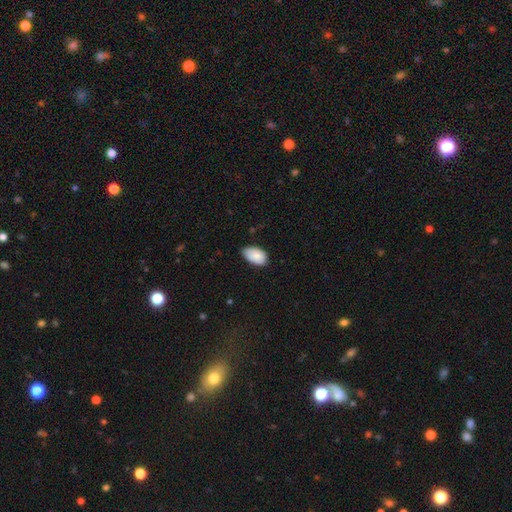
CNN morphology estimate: A smooth galaxy with no disk features (87%) that is in between round and cigar-shaped (94%).

Vote fractions:
- Smooth or featured? smooth: 87% / star or artifact: 7% / featured or disk: 6%
- How rounded? in between: 94% / round: 5% / cigar-shaped: 1%
- Merging? none: 71% / minor disturbance: 25% / major disturbance: 3% / merger: 1%